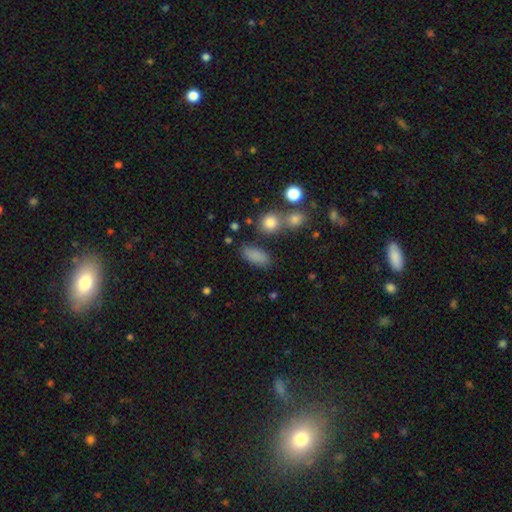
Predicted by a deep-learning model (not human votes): Q: Smooth or featured?
A: smooth (83%); runner-up: star or artifact (11%)
Q: How rounded?
A: in between (82%); runner-up: cigar-shaped (11%)
Q: Merging?
A: none (71%); runner-up: minor disturbance (14%)